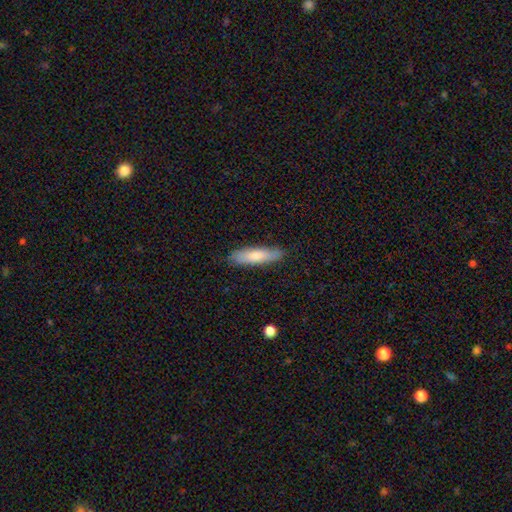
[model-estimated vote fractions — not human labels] A smooth galaxy with no disk features (77%) that is cigar-shaped (70%).

Vote fractions:
- Smooth or featured? smooth: 77% / featured or disk: 18% / star or artifact: 5%
- How rounded? cigar-shaped: 70% / in between: 29% / round: 1%
- Merging? none: 83% / minor disturbance: 14% / major disturbance: 2% / merger: 1%